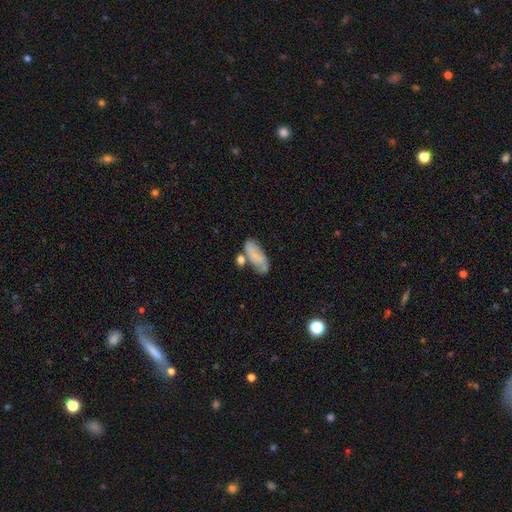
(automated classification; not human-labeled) Smooth or featured? smooth (60%)
How rounded? in between (75%)
Merging? none (50%)